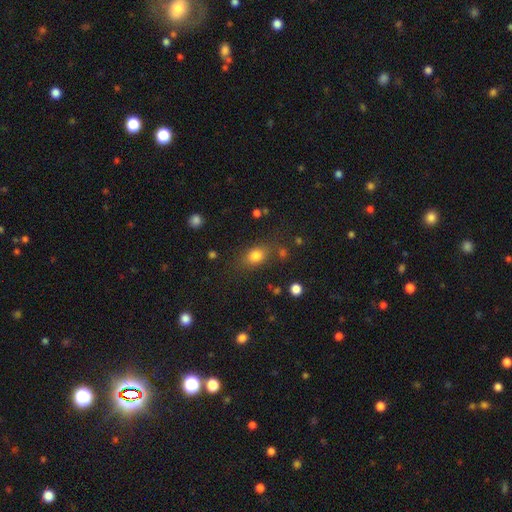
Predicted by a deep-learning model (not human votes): smooth_or_featured: smooth (p=0.79) [alt: star or artifact p=0.12]
how_rounded: in between (p=0.64) [alt: round p=0.33]
merging: none (p=0.74) [alt: minor disturbance p=0.15]